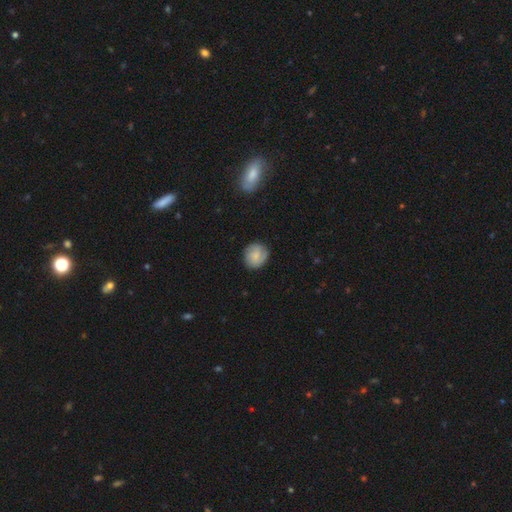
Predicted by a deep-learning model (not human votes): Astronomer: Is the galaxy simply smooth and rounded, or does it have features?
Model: smooth — 66%.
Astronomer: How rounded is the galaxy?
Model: round — 82%.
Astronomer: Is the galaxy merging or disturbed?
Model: none — 81%.